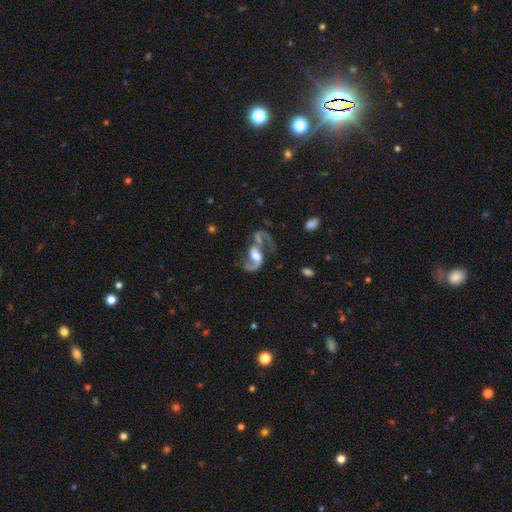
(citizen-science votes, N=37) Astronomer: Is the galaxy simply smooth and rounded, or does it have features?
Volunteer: featured or disk — 78%.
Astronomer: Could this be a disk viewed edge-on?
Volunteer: no — 97%.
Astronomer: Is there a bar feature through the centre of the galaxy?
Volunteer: weak — 50% (runner-up: no, 32%).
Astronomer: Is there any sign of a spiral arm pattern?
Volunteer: yes — 96%.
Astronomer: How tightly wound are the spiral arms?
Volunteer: loose — 67%.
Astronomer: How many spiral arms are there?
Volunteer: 2 — 96%.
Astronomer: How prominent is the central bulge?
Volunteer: large — 39%, tied with moderate at 39%.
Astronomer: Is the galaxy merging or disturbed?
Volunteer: none — 43% (runner-up: major disturbance, 29%).